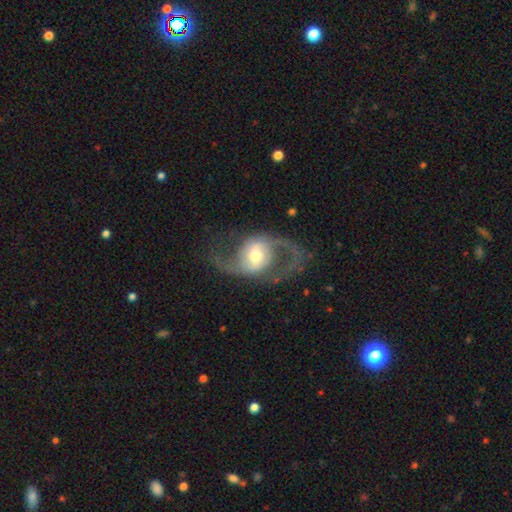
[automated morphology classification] A featured or disk galaxy (83%) with no bar (37%), 2 (92%) loose (49%) spiral arms (87%) and a moderate central bulge (64%).

Vote fractions:
- Smooth or featured? featured or disk: 83% / smooth: 12% / star or artifact: 5%
- Edge-on disk? no: 96% / yes: 4%
- Bar? no: 37% / weak: 36% / strong: 26%
- Spiral arms? yes: 87% / no: 13%
- Spiral winding? loose: 49% / medium: 43% / tight: 8%
- Spiral arm count? 2: 92% / can't tell: 3% / 1: 2% / 3: 1% / 4: 1% / more than 4: 1%
- Bulge size? moderate: 64% / small: 21% / large: 13% / dominant: 2% / none: 1%
- Merging? none: 70% / major disturbance: 15% / minor disturbance: 13% / merger: 2%